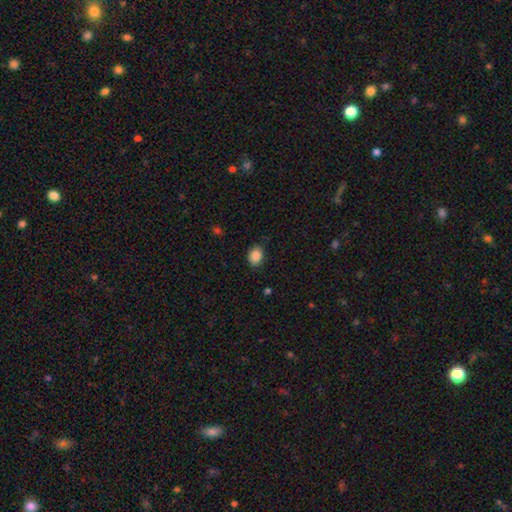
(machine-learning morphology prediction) smooth 88%, star or artifact 9%, featured or disk 4%. Down the decision tree: how rounded — in between (61%); merging — none (81%).